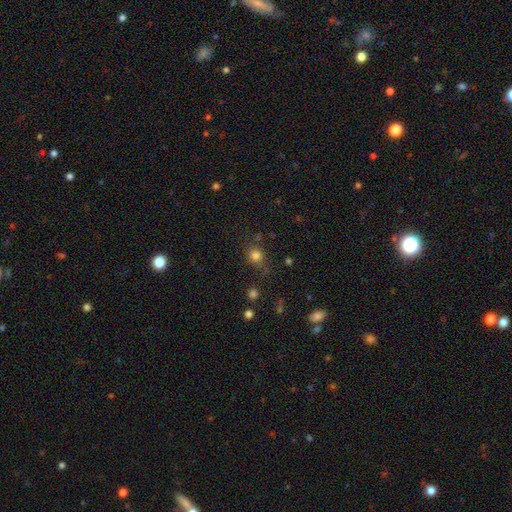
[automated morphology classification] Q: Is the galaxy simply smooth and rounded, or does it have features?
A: smooth — 79%.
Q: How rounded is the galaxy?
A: round — 79%.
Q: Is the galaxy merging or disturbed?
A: none — 73%.